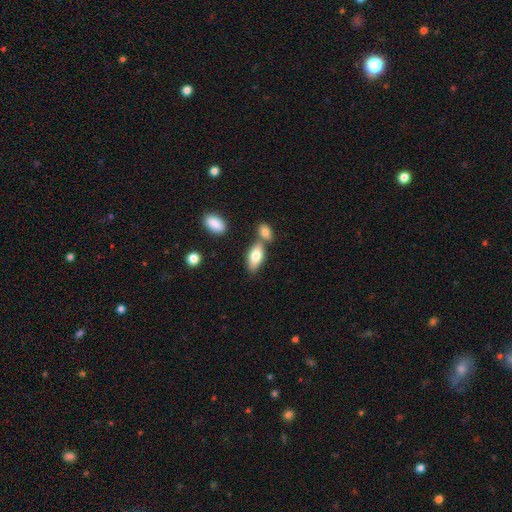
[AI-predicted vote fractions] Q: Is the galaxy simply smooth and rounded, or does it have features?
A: smooth — 78%.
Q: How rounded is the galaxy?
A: in between — 86%.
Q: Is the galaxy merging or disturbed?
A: none — 57%.